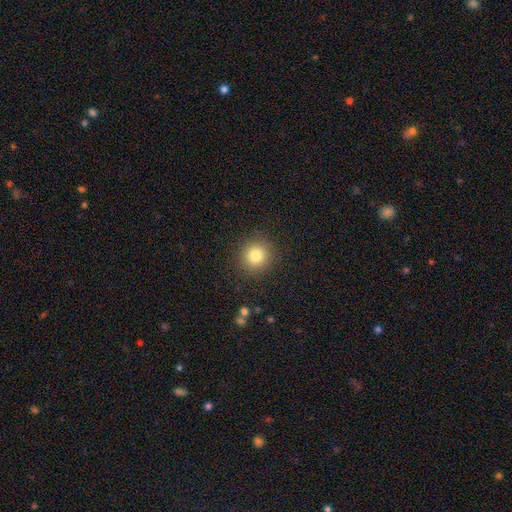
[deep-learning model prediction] A smooth galaxy with no disk features (82%) that is round (90%).

Vote fractions:
- Smooth or featured? smooth: 82% / star or artifact: 11% / featured or disk: 7%
- How rounded? round: 90% / in between: 9% / cigar-shaped: 1%
- Merging? none: 89% / minor disturbance: 7% / major disturbance: 3% / merger: 1%